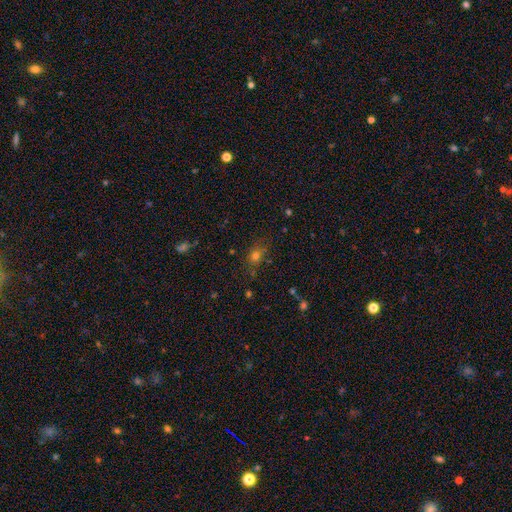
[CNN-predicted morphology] type=smooth (69%); roundness=round (51%); merging=none (77%).